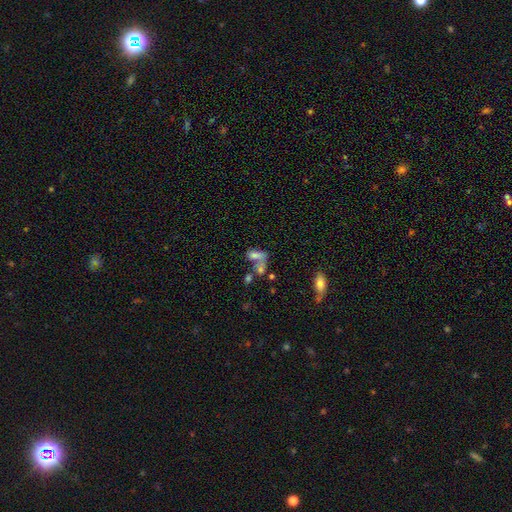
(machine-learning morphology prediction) Smooth or featured? Predicted: smooth (p=0.62). How rounded? Predicted: in between (p=0.79). Merging? Predicted: merger (p=0.52).